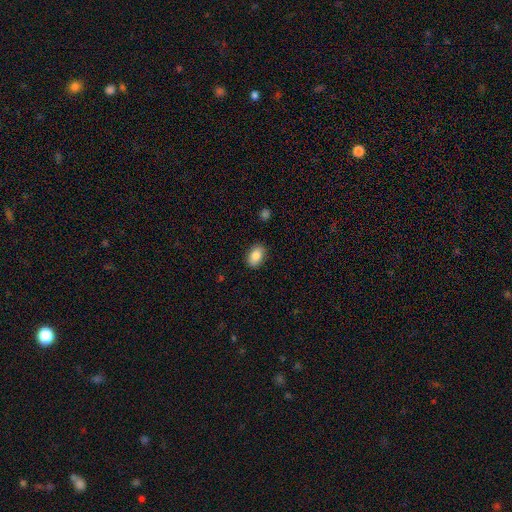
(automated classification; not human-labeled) A smooth galaxy with no disk features (86%) that is in between round and cigar-shaped (90%). Merging: none (87%).